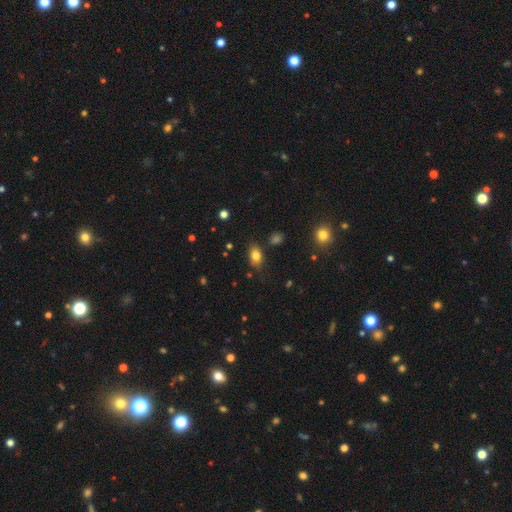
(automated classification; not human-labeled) This is likely a smooth galaxy (80%). How rounded: clearly in between (81%). Merging: likely none (76%).